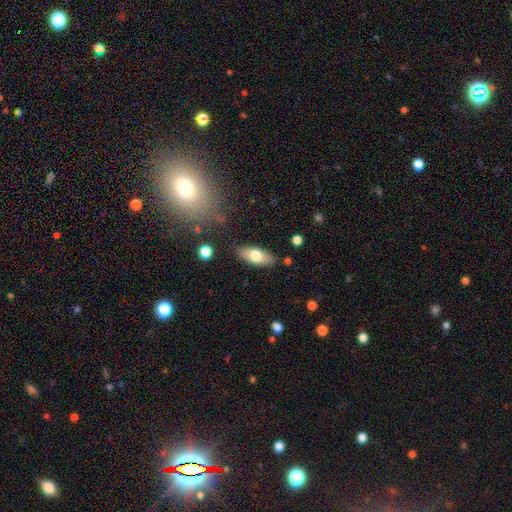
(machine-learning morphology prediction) Smooth or featured? smooth (70%)
How rounded? in between (82%)
Merging? none (84%)